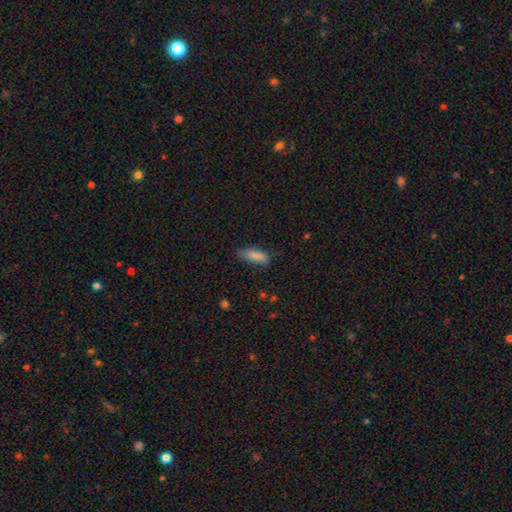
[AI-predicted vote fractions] The model was most divided on "how rounded": in between: 64%, cigar-shaped: 34%, round: 2%. More confident: smooth or featured — smooth (86%); merging — none (68%).